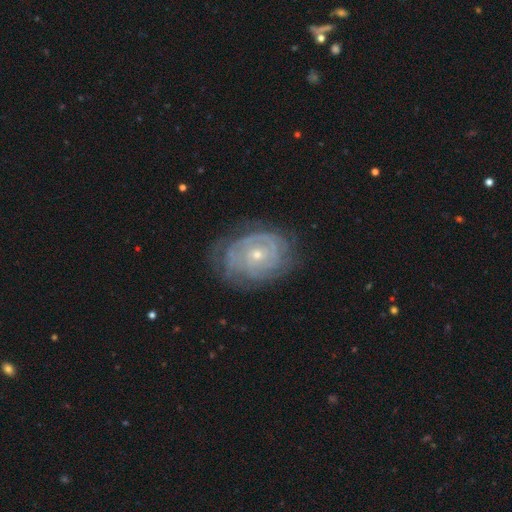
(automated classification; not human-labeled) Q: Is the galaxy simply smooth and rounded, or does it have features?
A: featured or disk — 78%.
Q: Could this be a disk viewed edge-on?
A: no — 96%.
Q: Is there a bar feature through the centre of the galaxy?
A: no — 75%.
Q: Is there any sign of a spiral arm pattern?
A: yes — 90%.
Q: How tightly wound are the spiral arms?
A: tight — 79%.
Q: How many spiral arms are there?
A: can't tell — 43%.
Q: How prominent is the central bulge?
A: small — 63%.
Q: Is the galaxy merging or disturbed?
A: none — 76%.